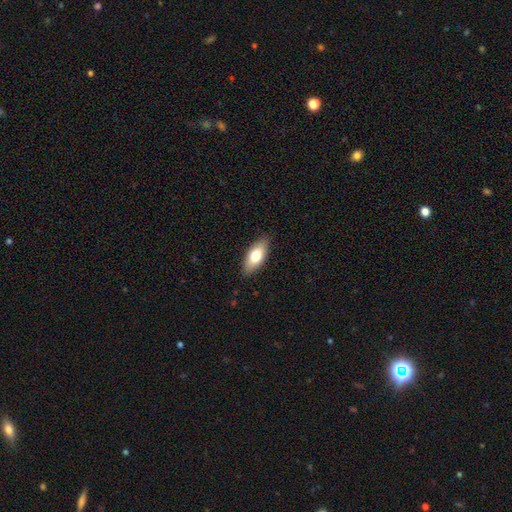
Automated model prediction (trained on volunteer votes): Smooth or featured?
  - smooth: 72% *
  - featured or disk: 22%
  - star or artifact: 6%
How rounded?
  - in between: 81% *
  - cigar-shaped: 16%
  - round: 3%
Merging?
  - none: 87% *
  - minor disturbance: 10%
  - major disturbance: 2%
  - merger: 1%